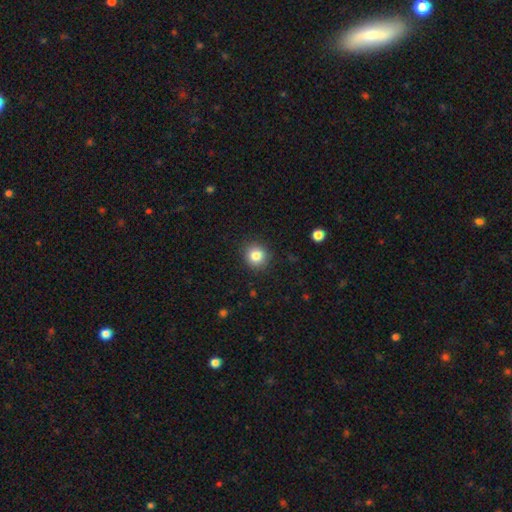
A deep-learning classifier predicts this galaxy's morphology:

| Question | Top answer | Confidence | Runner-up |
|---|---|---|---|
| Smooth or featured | smooth | 84% | star or artifact (10%) |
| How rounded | round | 89% | in between (10%) |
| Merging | none | 90% | minor disturbance (7%) |